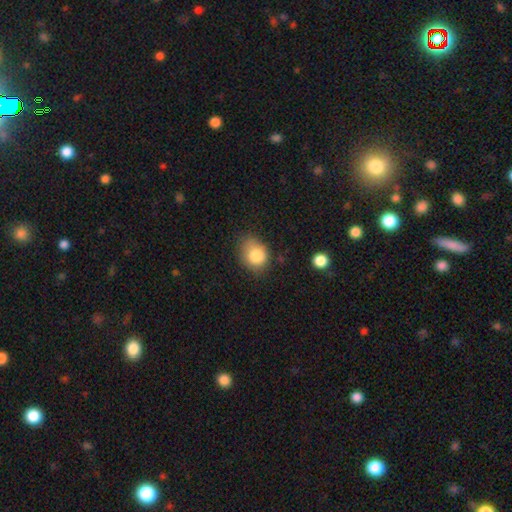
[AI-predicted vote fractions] A smooth galaxy with no disk features (82%) that is round (53%). Merging: none (53%).